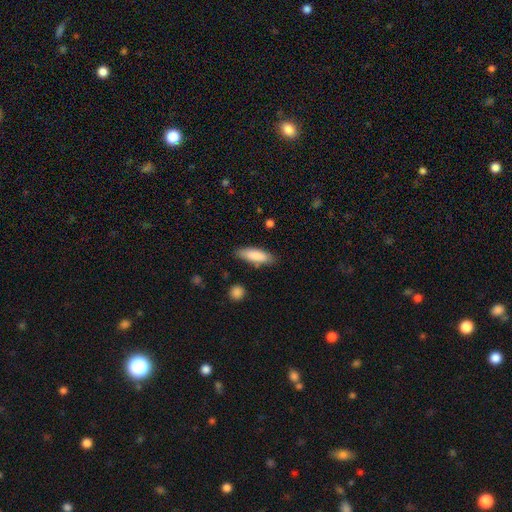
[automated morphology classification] smooth 84%, featured or disk 10%, star or artifact 6%. Down the decision tree: how rounded — in between (54%); merging — none (82%).